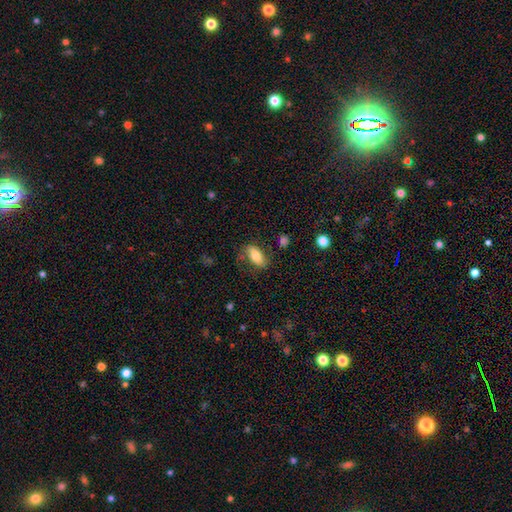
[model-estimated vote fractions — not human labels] smooth_or_featured: smooth (p=0.72) [alt: featured or disk p=0.21]
how_rounded: in between (p=0.85) [alt: cigar-shaped p=0.11]
merging: none (p=0.70) [alt: minor disturbance p=0.20]